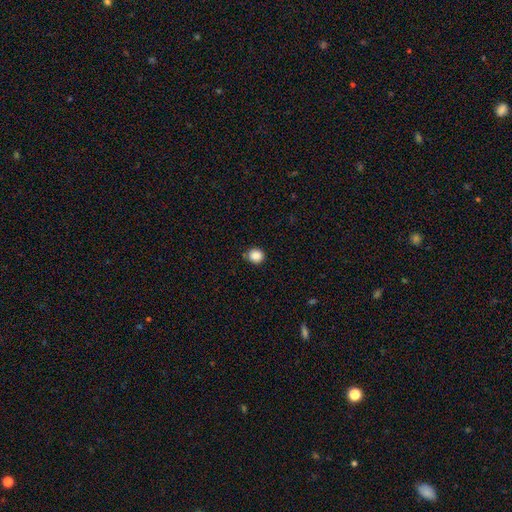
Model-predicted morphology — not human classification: A smooth galaxy with no disk features (88%) that is round (84%).

Vote fractions:
- Smooth or featured? smooth: 88% / star or artifact: 10% / featured or disk: 3%
- How rounded? round: 84% / in between: 15% / cigar-shaped: 1%
- Merging? none: 86% / minor disturbance: 10% / major disturbance: 2% / merger: 2%